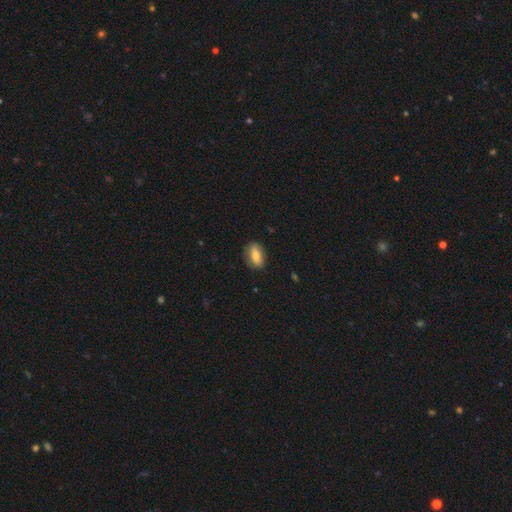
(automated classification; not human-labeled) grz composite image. It shows a smooth galaxy with no disk features (70%) that is in between round and cigar-shaped (84%). Merging: none (79%).